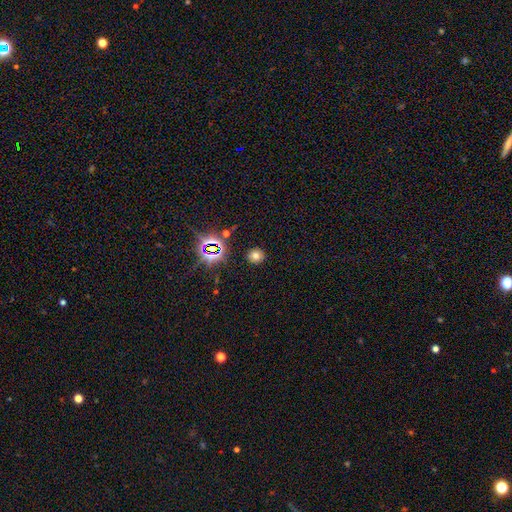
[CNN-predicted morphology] This appears to be a smooth galaxy with no disk features (66%) that is round (82%). Merging: none (89%).